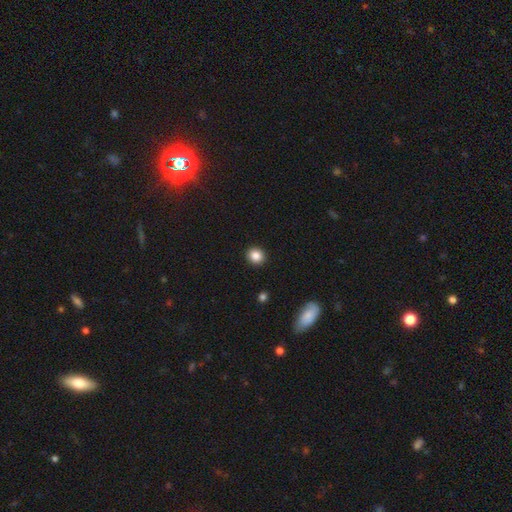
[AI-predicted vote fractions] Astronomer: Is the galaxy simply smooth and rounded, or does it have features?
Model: smooth — 85%.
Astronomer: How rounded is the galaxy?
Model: round — 86%.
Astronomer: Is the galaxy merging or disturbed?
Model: none — 92%.